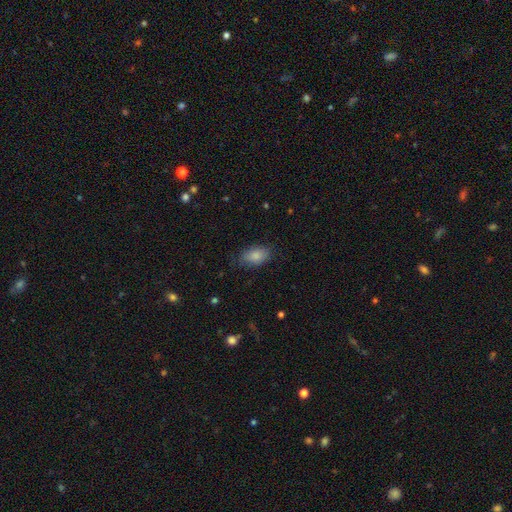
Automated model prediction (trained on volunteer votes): This appears to be a smooth galaxy with no disk features (86%) that is in between round and cigar-shaped (90%). Merging: none (78%).